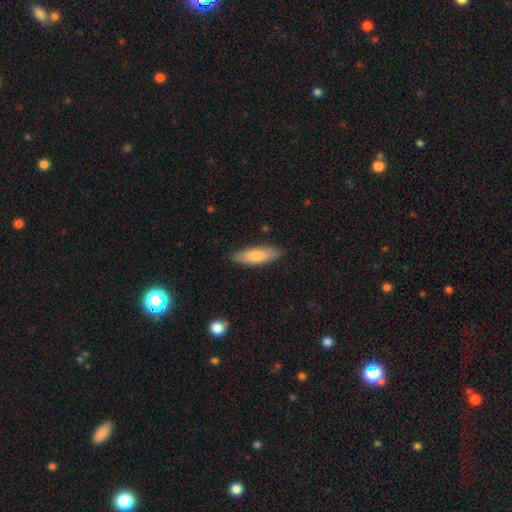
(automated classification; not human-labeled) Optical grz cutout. It shows a smooth galaxy with no disk features (77%) that is in between round and cigar-shaped (51%). Merging: none (85%).